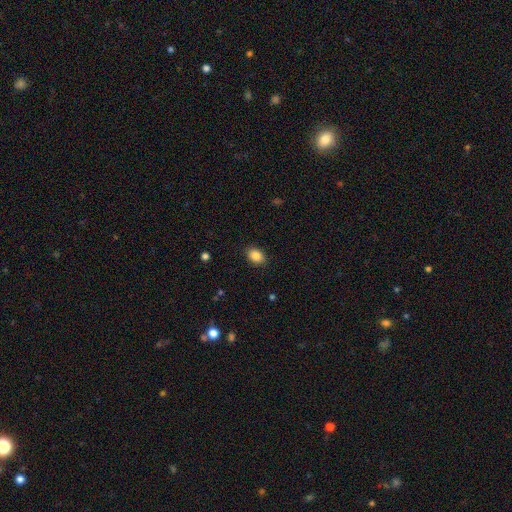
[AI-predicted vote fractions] smooth-or-featured: smooth: 87% | star or artifact: 9% | featured or disk: 5%
  how-rounded: in between: 77% | round: 22% | cigar-shaped: 1%
  merging: none: 89% | minor disturbance: 8% | major disturbance: 2% | merger: 1%